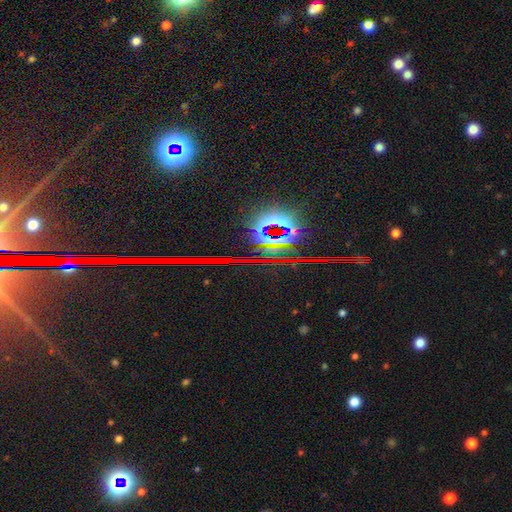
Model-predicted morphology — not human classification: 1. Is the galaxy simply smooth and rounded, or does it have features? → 87% star or artifact, 7% featured or disk, 6% smooth.